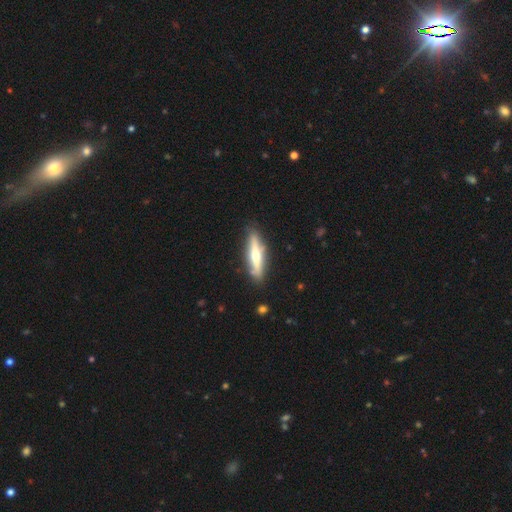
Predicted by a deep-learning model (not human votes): A featured or disk galaxy (53%) viewed edge-on (90%). Merging: none (83%).